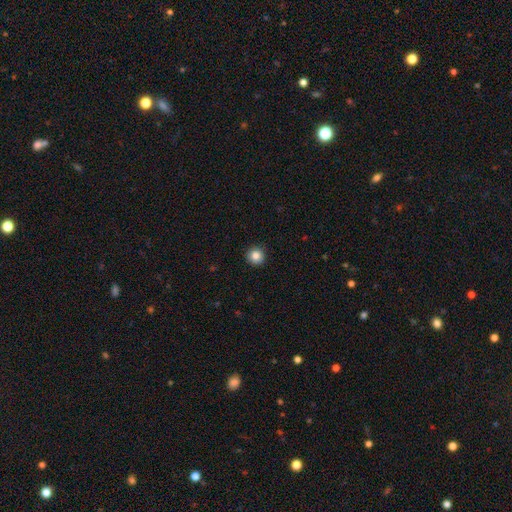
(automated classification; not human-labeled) Smooth or featured: smooth — 85% (star or artifact — 10%)
How rounded: round — 95% (in between — 4%)
Merging: none — 92% (minor disturbance — 6%)